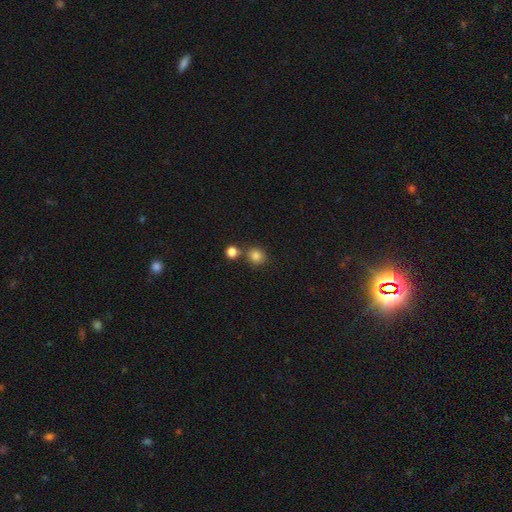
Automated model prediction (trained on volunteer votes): Smooth or featured? Predicted: smooth (p=0.83). How rounded? Predicted: round (p=0.87). Merging? Predicted: none (p=0.70).